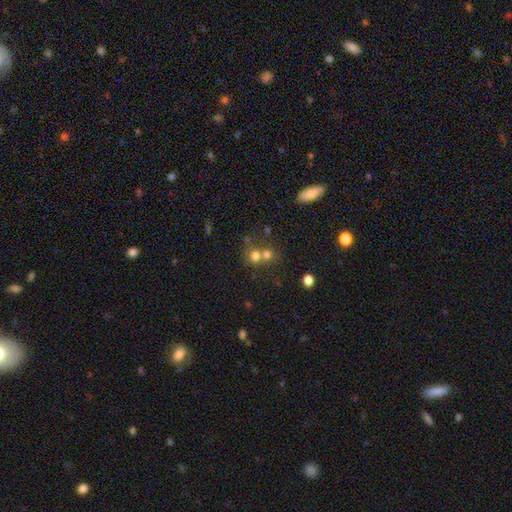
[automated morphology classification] Smooth or featured? Predicted: smooth (p=0.71). How rounded? Predicted: round (p=0.77). Merging? Predicted: merger (p=0.53).